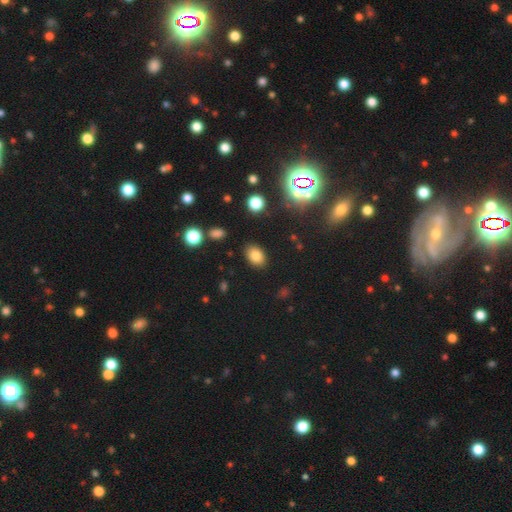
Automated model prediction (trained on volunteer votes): Smooth or featured? Predicted: smooth (p=0.80). How rounded? Predicted: in between (p=0.80). Merging? Predicted: none (p=0.86).